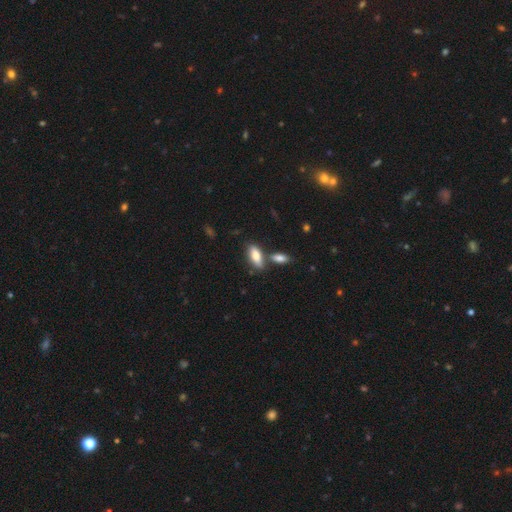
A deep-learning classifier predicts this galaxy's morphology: This appears to be a smooth galaxy with no disk features (77%) that is in between round and cigar-shaped (79%). Merging: none (65%).